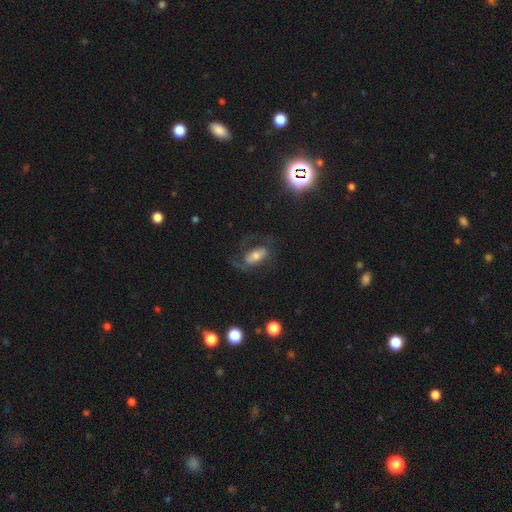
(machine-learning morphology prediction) Q: Smooth or featured?
A: featured or disk (53%); runner-up: smooth (35%)
Q: Edge-on disk?
A: no (90%); runner-up: yes (10%)
Q: Merging?
A: none (48%); runner-up: major disturbance (32%)